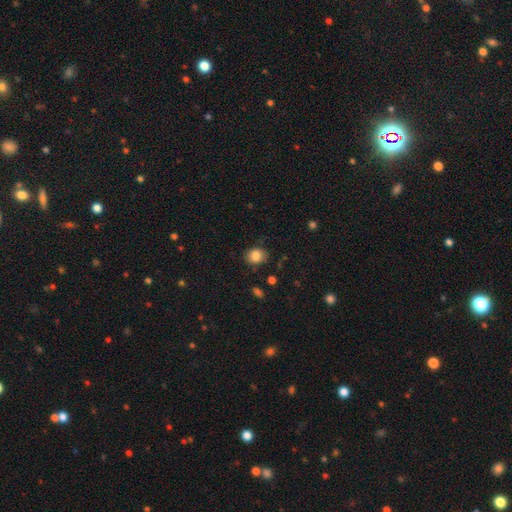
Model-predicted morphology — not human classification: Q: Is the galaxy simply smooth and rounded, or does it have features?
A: smooth — 84%.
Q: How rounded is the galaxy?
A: round — 54%.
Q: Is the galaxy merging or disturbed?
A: none — 81%.